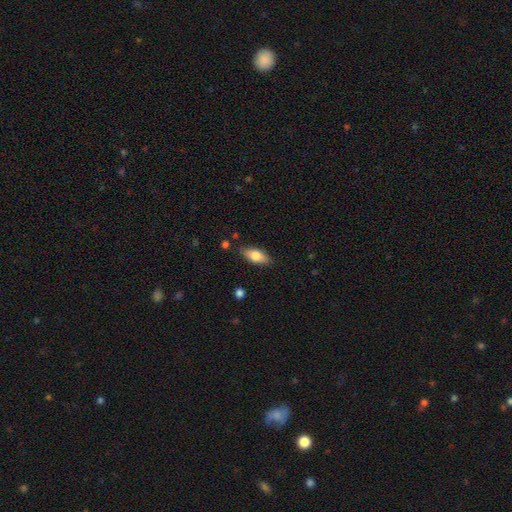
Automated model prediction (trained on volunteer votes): A smooth galaxy with no disk features (75%) that is in between round and cigar-shaped (83%). Merging: none (83%).